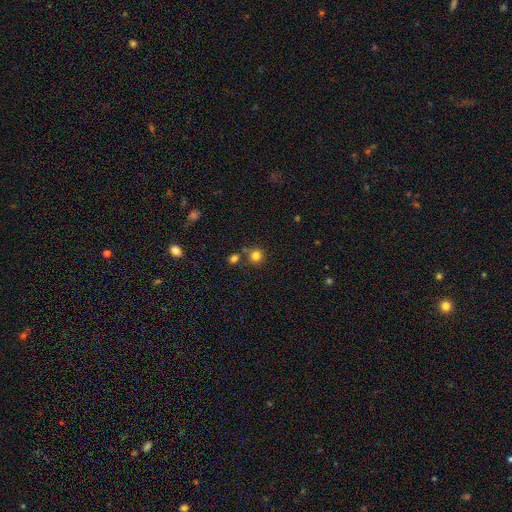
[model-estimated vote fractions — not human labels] Smooth or featured: smooth — 81% (star or artifact — 13%)
How rounded: round — 92% (in between — 7%)
Merging: none — 74% (merger — 14%)